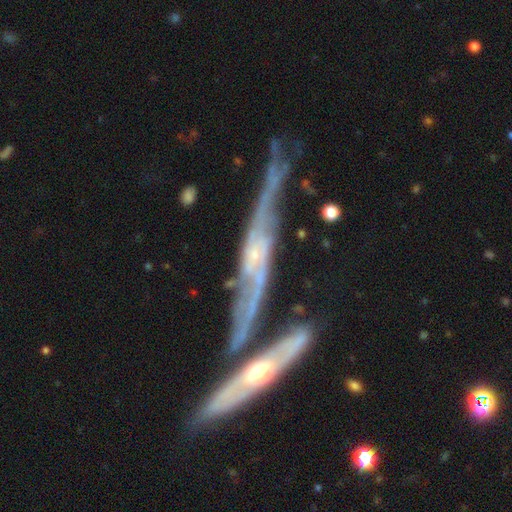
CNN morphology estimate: Smooth or featured? featured or disk (85%)
Edge-on disk? yes (75%)
Edge-on bulge? rounded (58%)
Merging? none (48%)